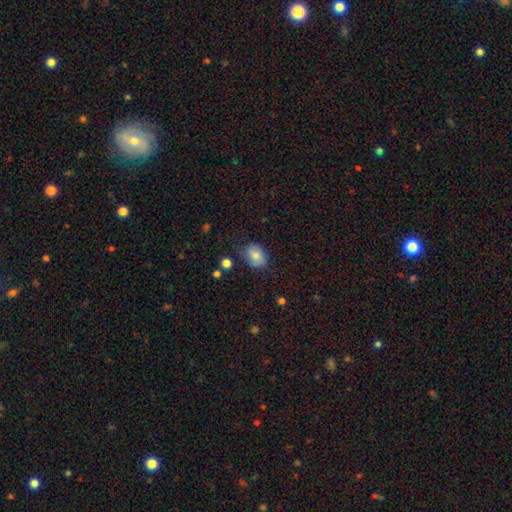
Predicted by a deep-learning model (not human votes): Q: Smooth or featured?
A: smooth (79%); runner-up: featured or disk (12%)
Q: How rounded?
A: in between (69%); runner-up: round (30%)
Q: Merging?
A: none (70%); runner-up: minor disturbance (22%)